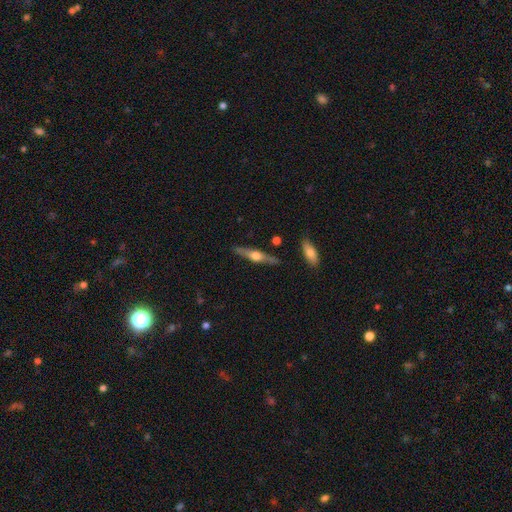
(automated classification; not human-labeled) This is likely a featured or disk galaxy (70%). It is clearly viewed edge-on (97%). Edge-on bulge: clearly rounded (94%). Merging: clearly none (88%).